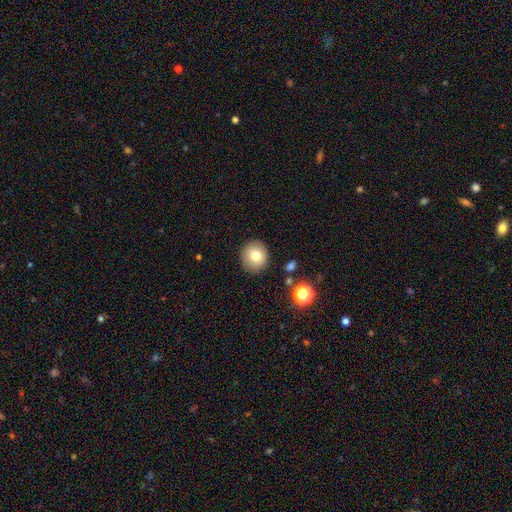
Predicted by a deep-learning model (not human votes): Smooth or featured: smooth — 78% (featured or disk — 11%)
How rounded: round — 86% (in between — 13%)
Merging: none — 88% (minor disturbance — 8%)